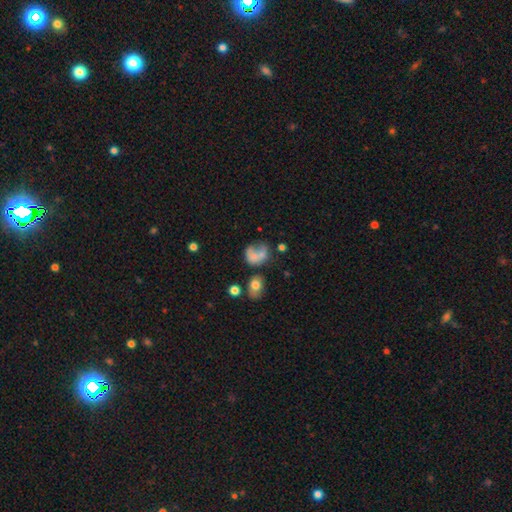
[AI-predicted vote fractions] This is likely a smooth galaxy (63%). How rounded: possibly in between (50%). Merging: marginally merger (29%).